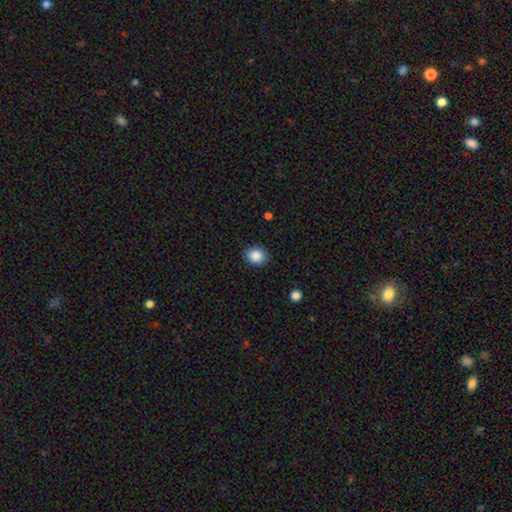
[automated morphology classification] The model was most divided on "how rounded": round: 68%, in between: 31%, cigar-shaped: 1%. More confident: merging — none (89%); smooth or featured — smooth (87%).